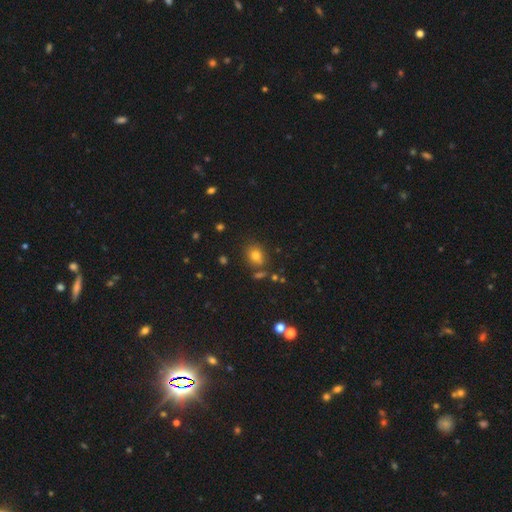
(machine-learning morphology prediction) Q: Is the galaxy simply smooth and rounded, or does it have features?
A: smooth — 76%.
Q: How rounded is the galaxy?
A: round — 57%.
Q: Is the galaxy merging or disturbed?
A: none — 70%.